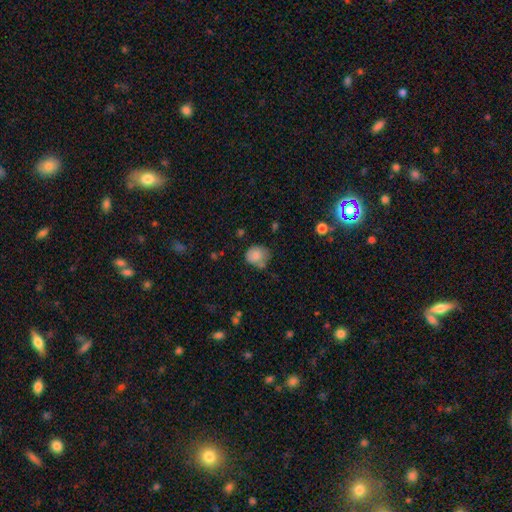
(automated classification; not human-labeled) Smooth or featured? Predicted: smooth (p=0.82). How rounded? Predicted: round (p=0.69). Merging? Predicted: none (p=0.52).